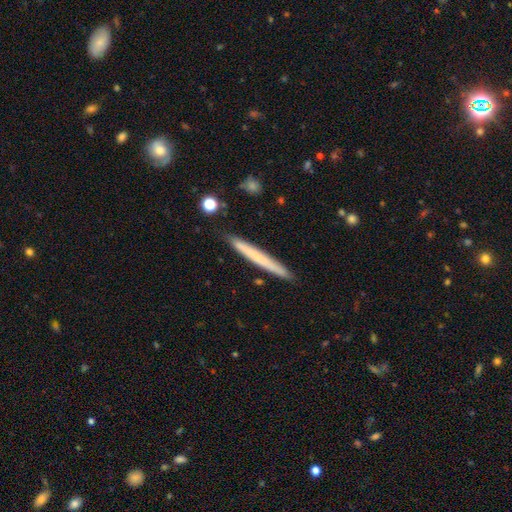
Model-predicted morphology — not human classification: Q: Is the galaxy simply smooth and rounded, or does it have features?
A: smooth — 61%.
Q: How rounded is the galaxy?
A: cigar-shaped — 97%.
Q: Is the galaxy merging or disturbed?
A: none — 89%.